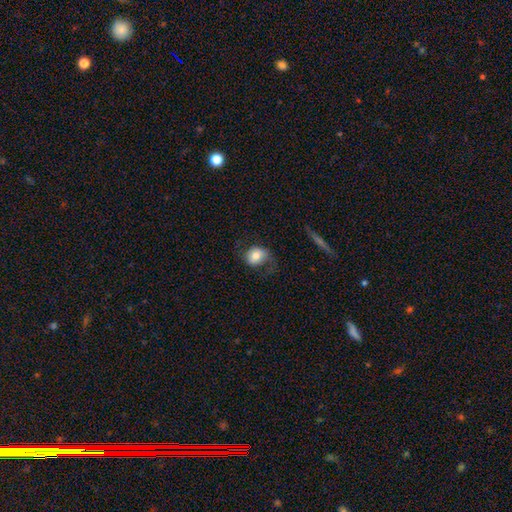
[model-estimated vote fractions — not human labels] Q: Smooth or featured?
A: smooth (67%); runner-up: featured or disk (25%)
Q: How rounded?
A: round (54%); runner-up: in between (45%)
Q: Merging?
A: none (55%); runner-up: minor disturbance (24%)